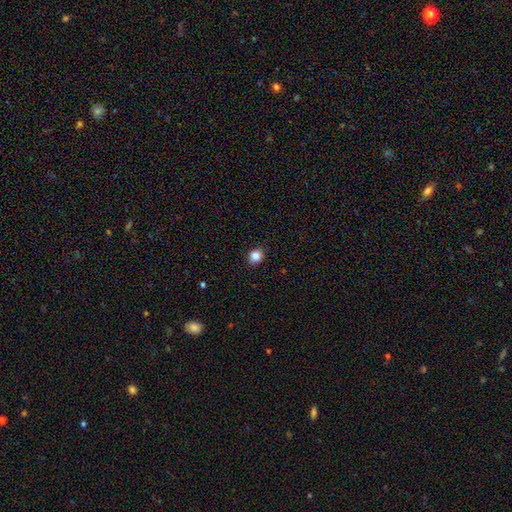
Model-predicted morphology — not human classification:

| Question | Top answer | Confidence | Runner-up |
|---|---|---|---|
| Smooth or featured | smooth | 84% | star or artifact (11%) |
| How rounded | round | 79% | in between (20%) |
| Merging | none | 90% | minor disturbance (7%) |